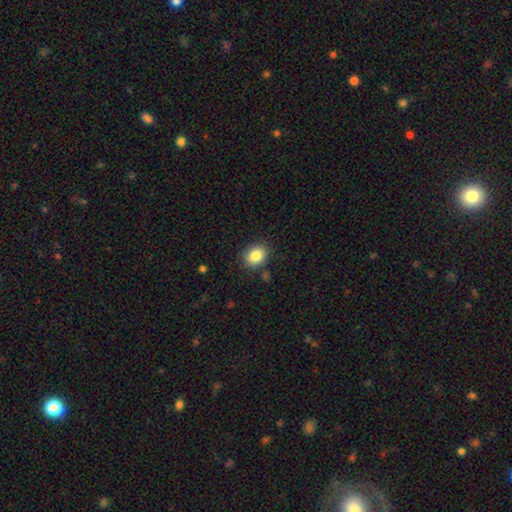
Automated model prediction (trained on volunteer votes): A smooth galaxy with no disk features (85%) that is in between round and cigar-shaped (52%).

Vote fractions:
- Smooth or featured? smooth: 85% / star or artifact: 9% / featured or disk: 6%
- How rounded? in between: 52% / round: 47% / cigar-shaped: 1%
- Merging? none: 84% / minor disturbance: 10% / major disturbance: 3% / merger: 2%